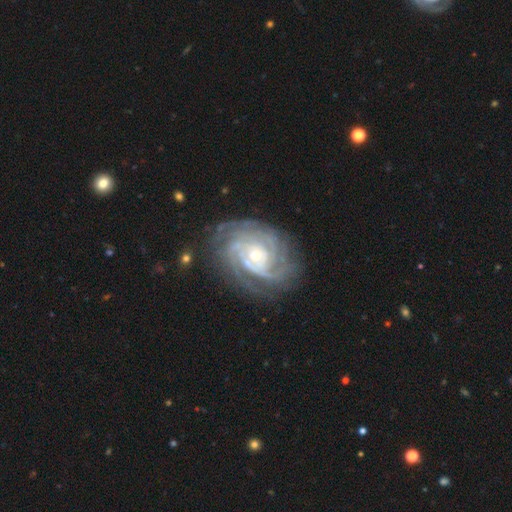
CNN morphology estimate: This appears to be a featured or disk galaxy (91%) with no bar (70%), 4 (25%) tight (77%) spiral arms (98%) and a small central bulge (58%). Merging: none (76%).